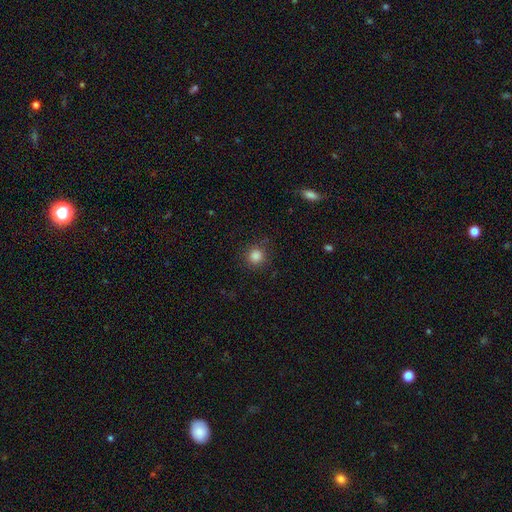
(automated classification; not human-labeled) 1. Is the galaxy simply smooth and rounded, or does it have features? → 85% smooth, 11% star or artifact, 4% featured or disk.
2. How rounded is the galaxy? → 92% round, 7% in between, 1% cigar-shaped.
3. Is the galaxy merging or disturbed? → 85% none, 10% minor disturbance, 4% major disturbance, 1% merger.